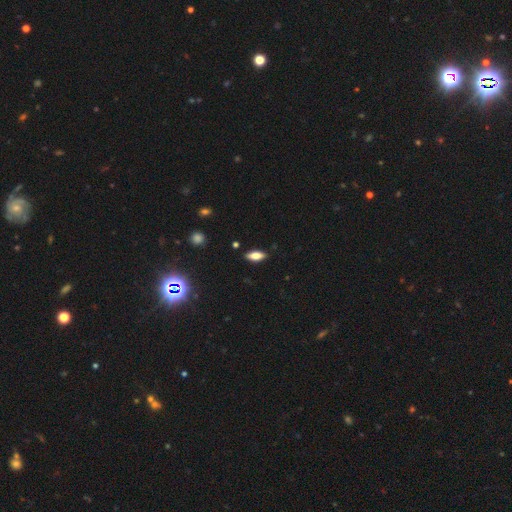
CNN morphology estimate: smooth_or_featured: smooth (p=0.71) [alt: featured or disk p=0.21]
how_rounded: in between (p=0.78) [alt: cigar-shaped p=0.19]
merging: none (p=0.87) [alt: minor disturbance p=0.10]